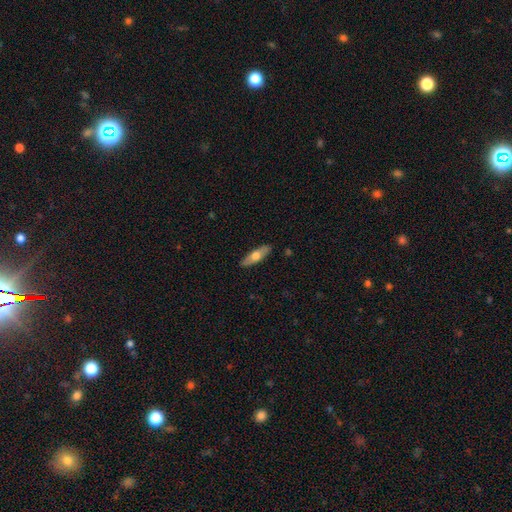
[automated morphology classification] The model was most divided on "how rounded": cigar-shaped: 53%, in between: 45%, round: 2%. More confident: merging — none (89%); smooth or featured — smooth (58%).